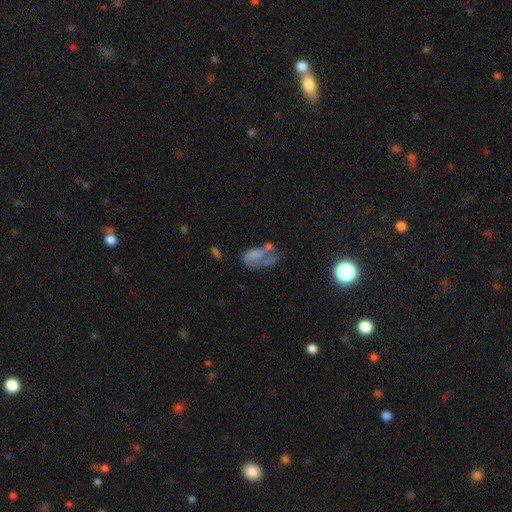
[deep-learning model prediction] A smooth galaxy with no disk features (47%).

Vote fractions:
- Smooth or featured? smooth: 47% / featured or disk: 40% / star or artifact: 13%
- Merging? major disturbance: 34% / merger: 29% / none: 21% / minor disturbance: 16%